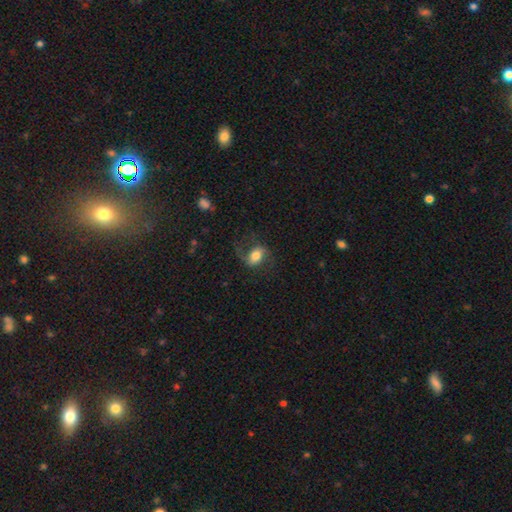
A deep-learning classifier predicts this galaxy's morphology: Smooth or featured? Predicted: featured or disk (p=0.47). Merging? Predicted: none (p=0.61).